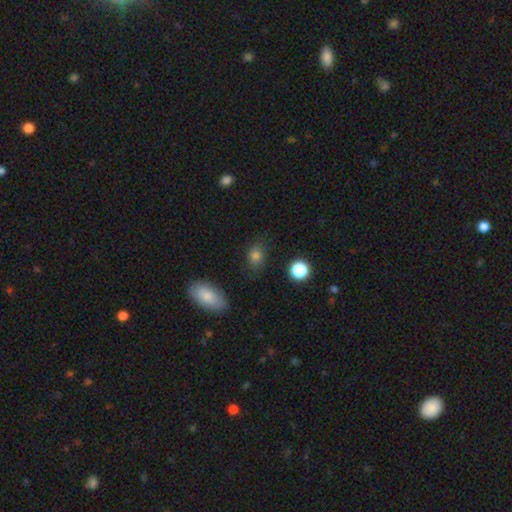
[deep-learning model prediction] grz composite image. It shows a smooth galaxy with no disk features (81%) that is in between round and cigar-shaped (63%). Merging: none (79%).